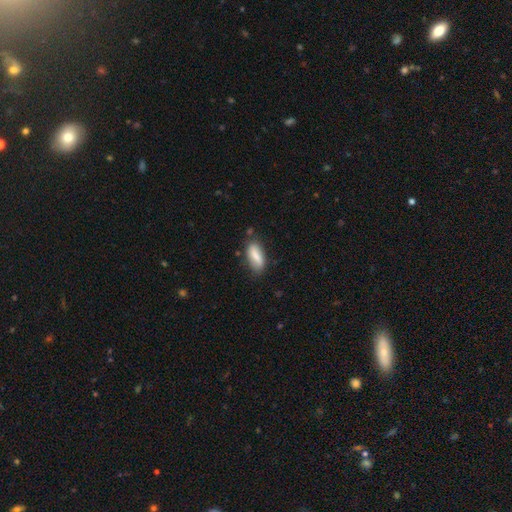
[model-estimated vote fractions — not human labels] Morphology: type=smooth (78%); roundness=in between (77%); merging=none (71%).